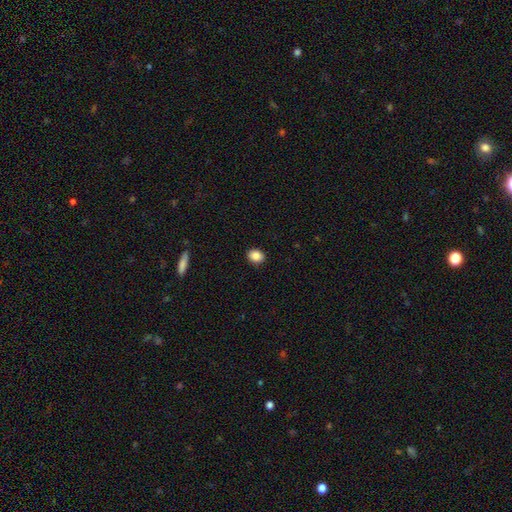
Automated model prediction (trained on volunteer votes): A smooth galaxy with no disk features (87%) that is in between round and cigar-shaped (55%).

Vote fractions:
- Smooth or featured? smooth: 87% / star or artifact: 8% / featured or disk: 5%
- How rounded? in between: 55% / round: 44% / cigar-shaped: 1%
- Merging? none: 90% / minor disturbance: 7% / major disturbance: 2% / merger: 1%